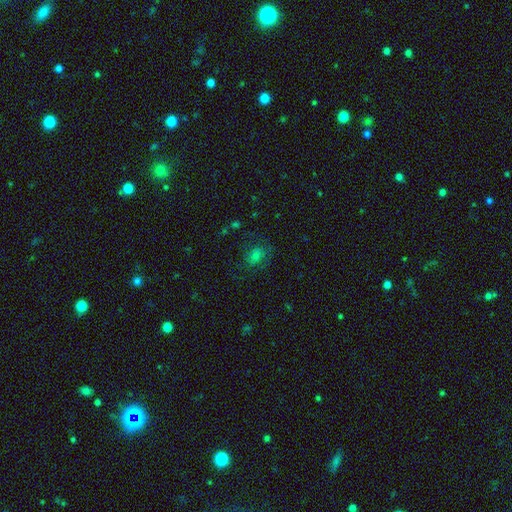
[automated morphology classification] This is possibly a smooth galaxy (49%). Merging: likely none (68%).